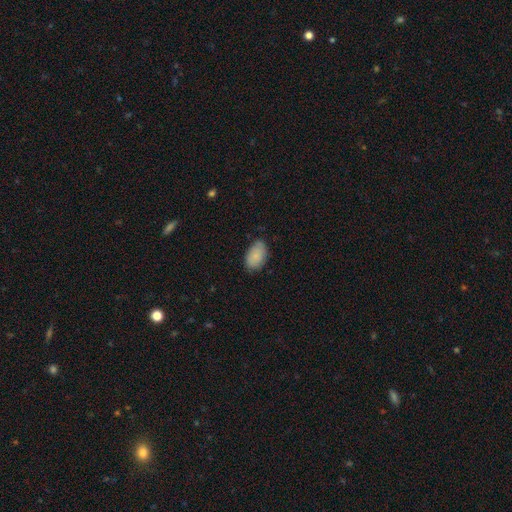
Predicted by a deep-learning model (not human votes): smooth_or_featured: smooth (p=0.85) [alt: featured or disk p=0.08]
how_rounded: in between (p=0.91) [alt: round p=0.07]
merging: none (p=0.75) [alt: minor disturbance p=0.21]